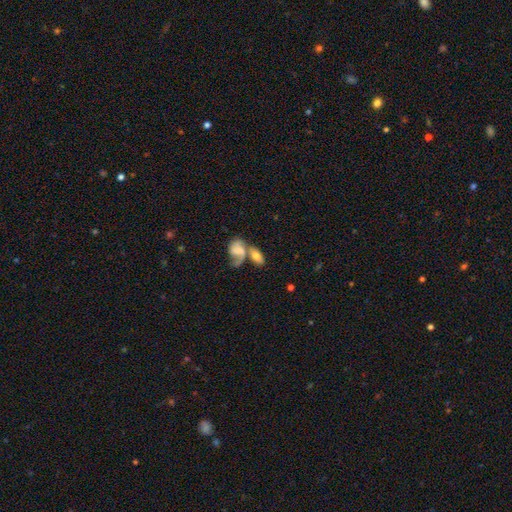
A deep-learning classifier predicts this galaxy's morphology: Q: Smooth or featured?
A: smooth (59%); runner-up: featured or disk (34%)
Q: How rounded?
A: in between (87%); runner-up: round (8%)
Q: Merging?
A: merger (56%); runner-up: none (26%)